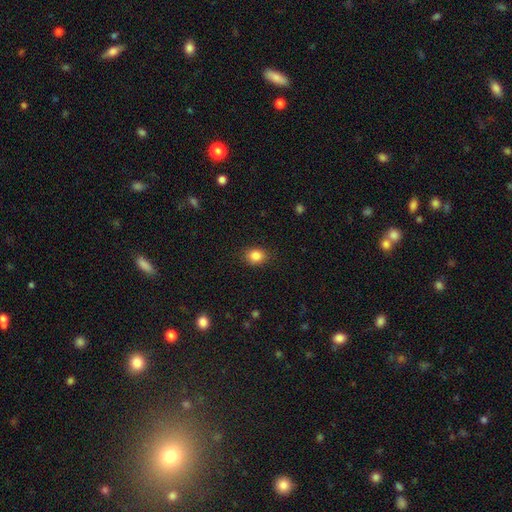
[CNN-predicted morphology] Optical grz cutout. It shows a smooth galaxy with no disk features (85%) that is round (56%). Merging: none (86%).